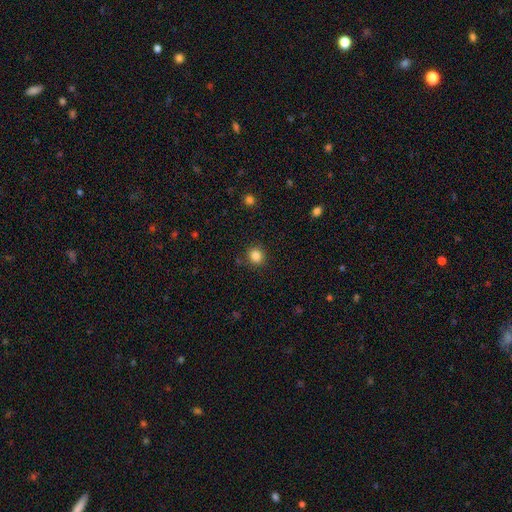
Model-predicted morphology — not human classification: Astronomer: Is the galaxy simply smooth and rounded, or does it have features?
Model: smooth — 84%.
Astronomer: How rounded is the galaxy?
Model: round — 90%.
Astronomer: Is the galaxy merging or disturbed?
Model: none — 88%.